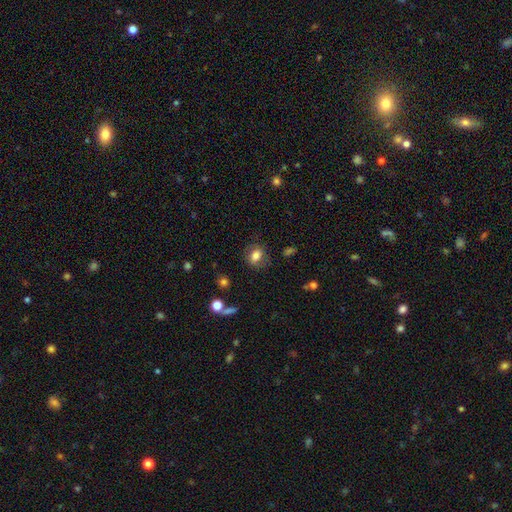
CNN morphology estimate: Smooth or featured? smooth (74%)
How rounded? in between (57%)
Merging? none (75%)